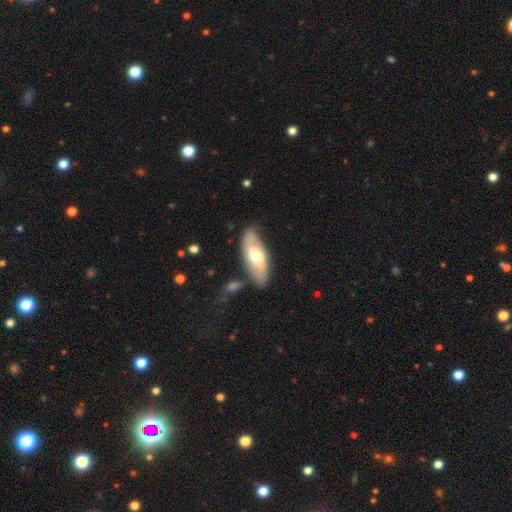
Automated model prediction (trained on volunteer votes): This is possibly a smooth galaxy (50%). How rounded: clearly in between (82%). Merging: likely none (72%).